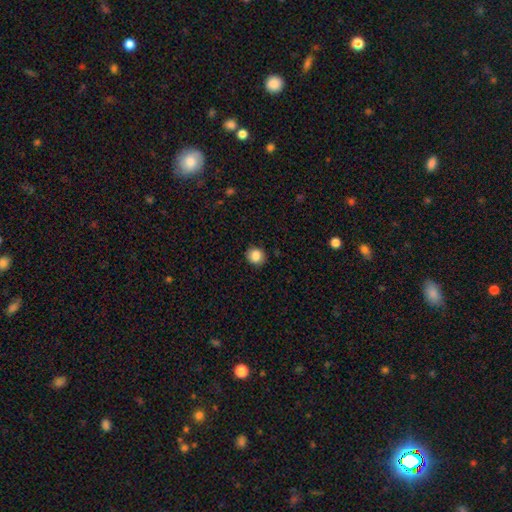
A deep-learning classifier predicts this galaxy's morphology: Overall: smooth (86%). How rounded: round (84%). Merging: none (88%).